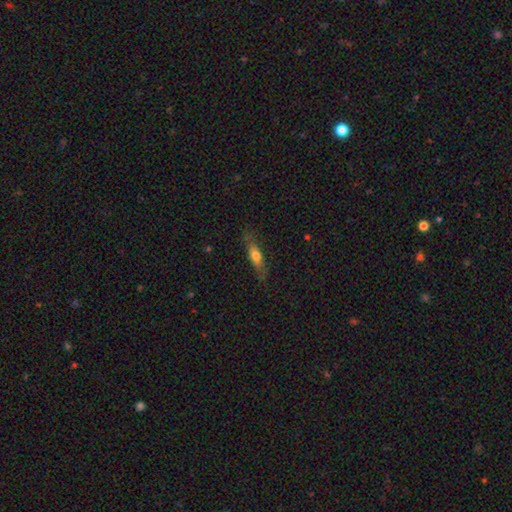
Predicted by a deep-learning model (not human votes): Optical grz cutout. It shows a smooth galaxy with no disk features (61%) that is cigar-shaped (51%). Merging: none (73%).